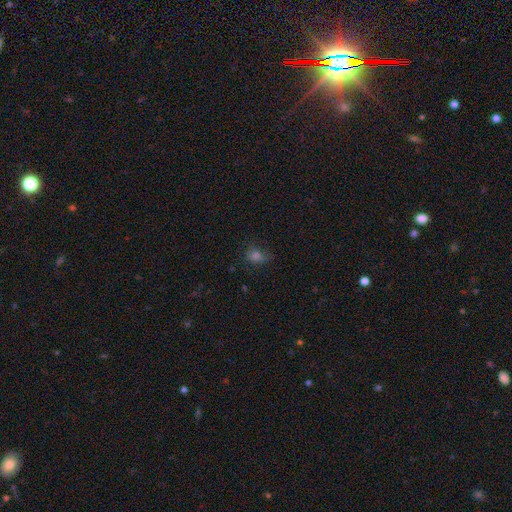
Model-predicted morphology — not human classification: Smooth or featured?
  - smooth: 65% *
  - star or artifact: 24%
  - featured or disk: 11%
How rounded?
  - round: 50% *
  - in between: 48%
  - cigar-shaped: 2%
Merging?
  - none: 60% *
  - minor disturbance: 23%
  - major disturbance: 14%
  - merger: 2%